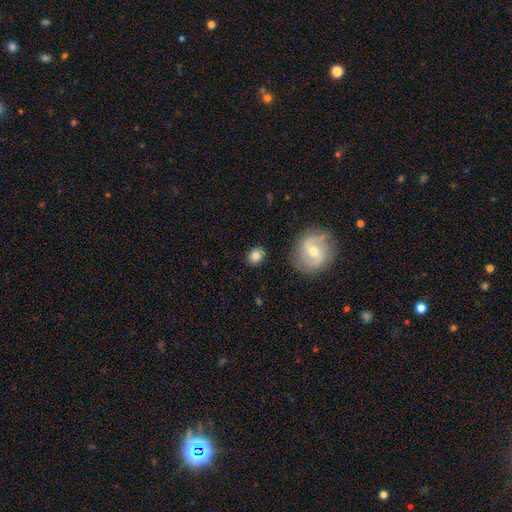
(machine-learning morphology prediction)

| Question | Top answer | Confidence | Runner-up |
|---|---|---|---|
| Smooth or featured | smooth | 80% | featured or disk (12%) |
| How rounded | in between | 51% | round (48%) |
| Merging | none | 84% | minor disturbance (10%) |